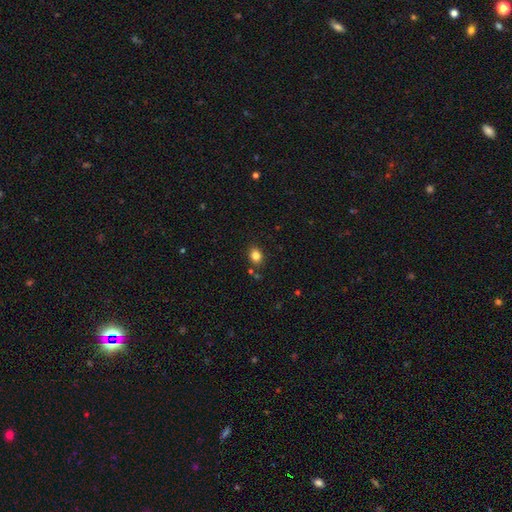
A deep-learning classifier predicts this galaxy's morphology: Smooth or featured: smooth — 84% (star or artifact — 11%)
How rounded: in between — 51% (round — 48%)
Merging: none — 84% (minor disturbance — 9%)